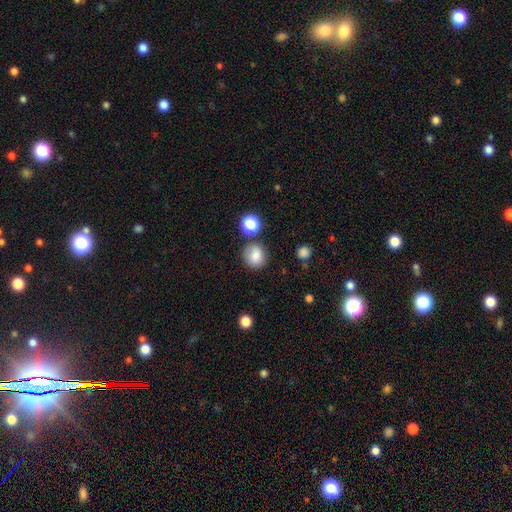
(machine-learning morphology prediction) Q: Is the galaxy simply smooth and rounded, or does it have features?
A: smooth — 80%.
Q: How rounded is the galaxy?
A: round — 82%.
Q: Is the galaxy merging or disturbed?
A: none — 75%.